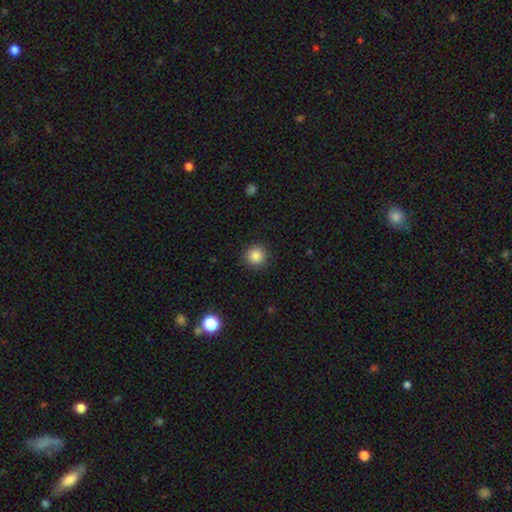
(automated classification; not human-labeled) smooth-or-featured: smooth: 86% | star or artifact: 10% | featured or disk: 4%
  how-rounded: round: 94% | in between: 5% | cigar-shaped: 1%
  merging: none: 90% | minor disturbance: 6% | major disturbance: 2% | merger: 1%